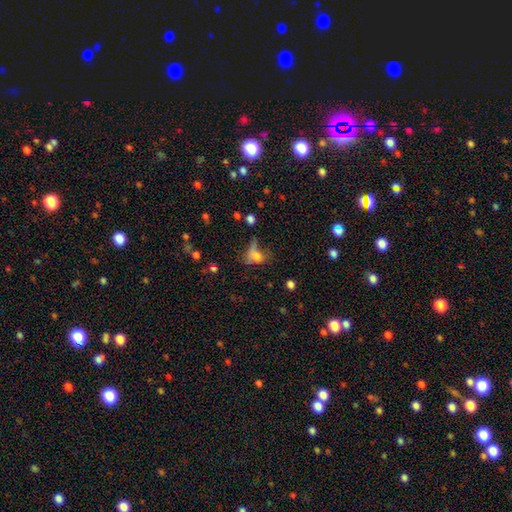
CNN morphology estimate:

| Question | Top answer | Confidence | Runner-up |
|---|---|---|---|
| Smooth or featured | smooth | 62% | featured or disk (21%) |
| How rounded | in between | 68% | round (25%) |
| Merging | major disturbance | 36% | none (29%) |